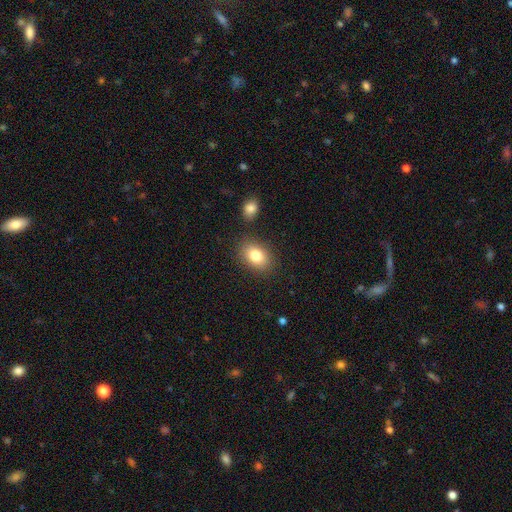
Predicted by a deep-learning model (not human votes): Overall: smooth (82%). How rounded: in between (80%). Merging: none (82%).